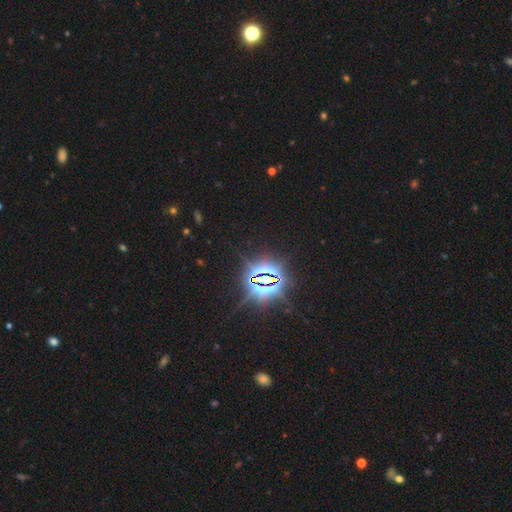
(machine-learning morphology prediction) A star or artifact, not a galaxy (85%).

Vote fractions:
- Smooth or featured? star or artifact: 85% / smooth: 9% / featured or disk: 6%